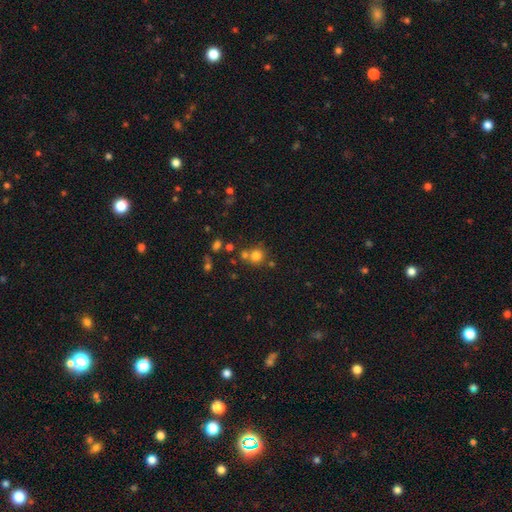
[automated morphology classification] A smooth galaxy with no disk features (75%) that is round (88%). Merging: none (61%).